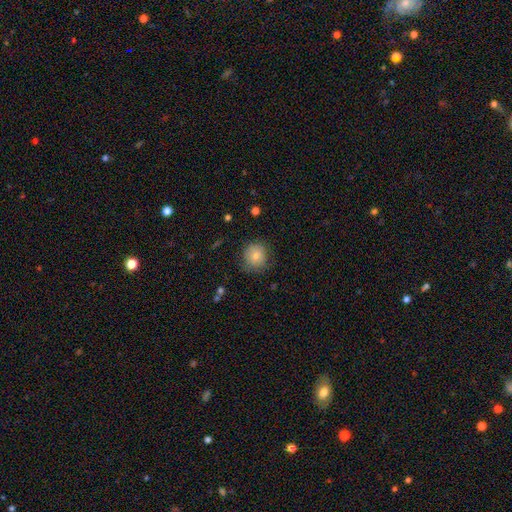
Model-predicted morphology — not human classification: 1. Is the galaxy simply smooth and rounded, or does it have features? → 78% smooth, 13% featured or disk, 9% star or artifact.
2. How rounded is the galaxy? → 87% round, 12% in between, 1% cigar-shaped.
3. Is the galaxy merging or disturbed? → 75% none, 19% minor disturbance, 5% major disturbance, 1% merger.